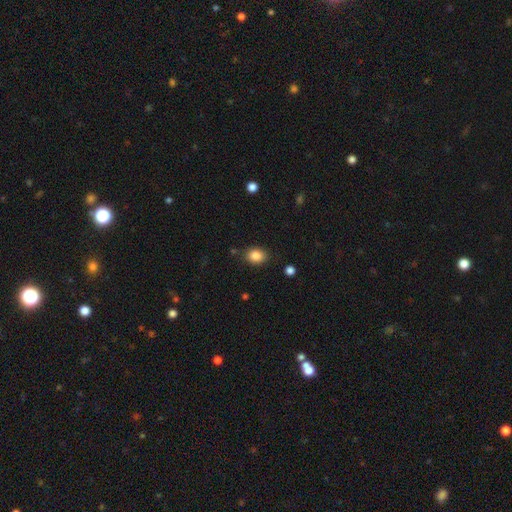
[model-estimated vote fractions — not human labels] This appears to be a smooth galaxy with no disk features (86%) that is in between round and cigar-shaped (57%). Merging: none (81%).